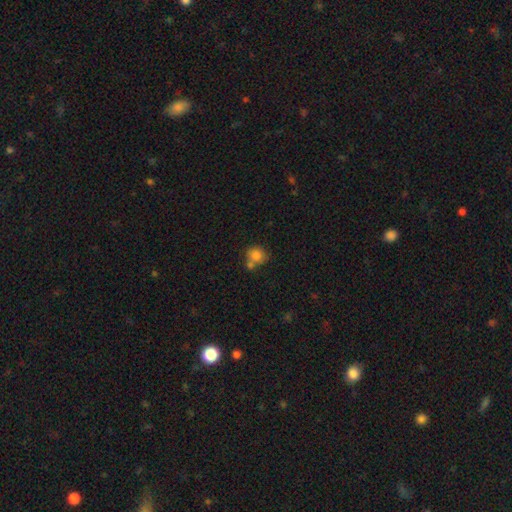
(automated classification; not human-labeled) smooth-or-featured: smooth: 80% | star or artifact: 11% | featured or disk: 9%
  how-rounded: round: 80% | in between: 19% | cigar-shaped: 1%
  merging: none: 51% | merger: 32% | minor disturbance: 13% | major disturbance: 4%